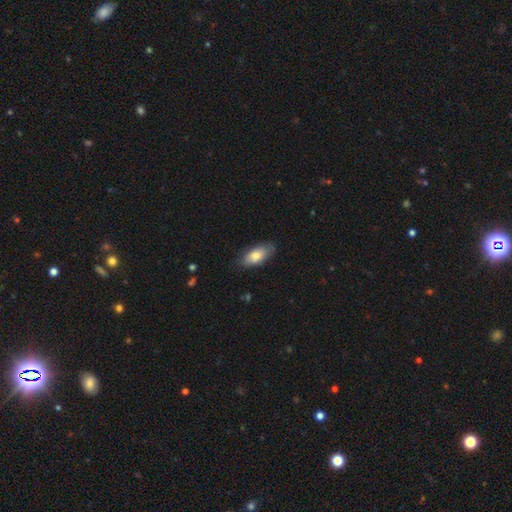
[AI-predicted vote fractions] Morphology: type=smooth (76%); roundness=in between (87%); merging=none (79%).